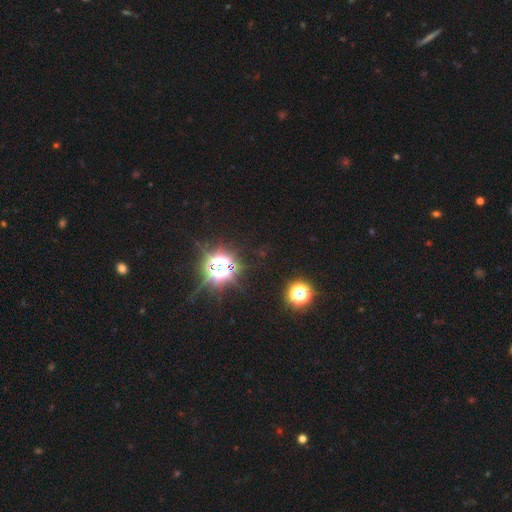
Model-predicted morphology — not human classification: type=star or artifact (82%).